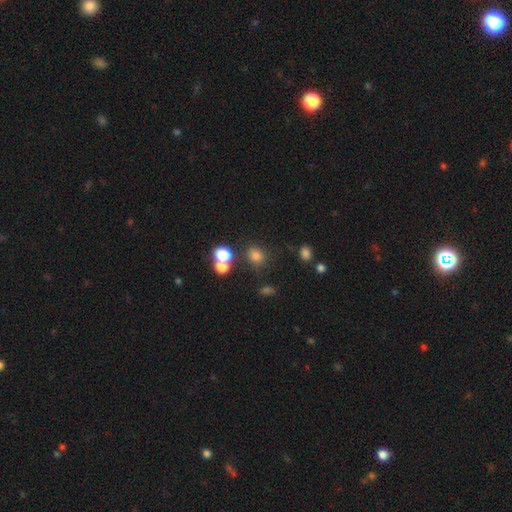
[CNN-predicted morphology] Q: Smooth or featured?
A: smooth (75%); runner-up: star or artifact (18%)
Q: How rounded?
A: round (71%); runner-up: in between (27%)
Q: Merging?
A: none (70%); runner-up: merger (14%)